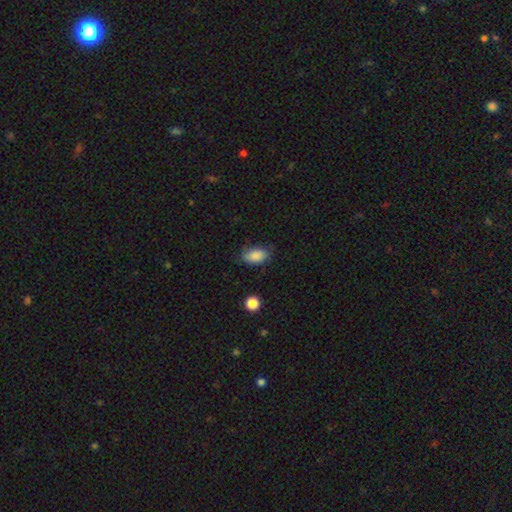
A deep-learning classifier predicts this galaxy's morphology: Smooth or featured?
  - smooth: 87% *
  - star or artifact: 8%
  - featured or disk: 6%
How rounded?
  - in between: 90% *
  - round: 8%
  - cigar-shaped: 2%
Merging?
  - none: 69% *
  - minor disturbance: 24%
  - major disturbance: 6%
  - merger: 2%